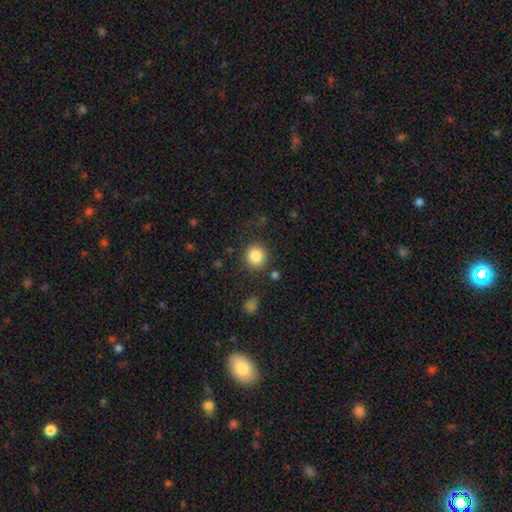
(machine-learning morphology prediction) The model was most divided on "smooth or featured": smooth: 85%, star or artifact: 10%, featured or disk: 6%. More confident: how rounded — round (89%); merging — none (86%).